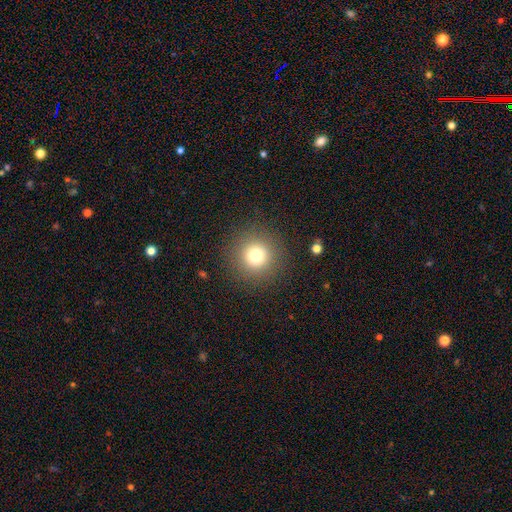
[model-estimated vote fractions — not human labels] A smooth galaxy with no disk features (76%) that is round (96%). Merging: none (90%).